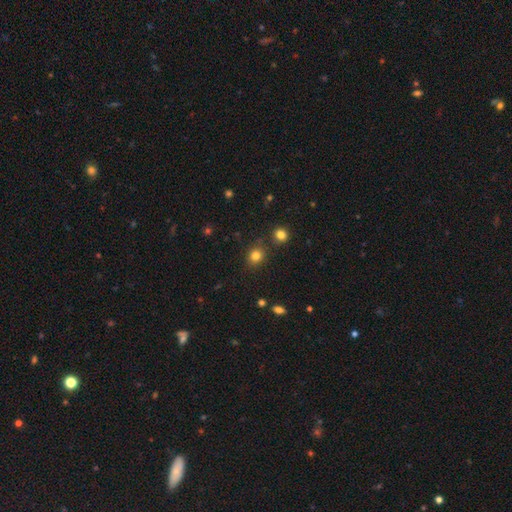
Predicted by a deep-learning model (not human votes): Q: Smooth or featured?
A: smooth (80%); runner-up: star or artifact (14%)
Q: How rounded?
A: round (75%); runner-up: in between (24%)
Q: Merging?
A: none (82%); runner-up: minor disturbance (10%)